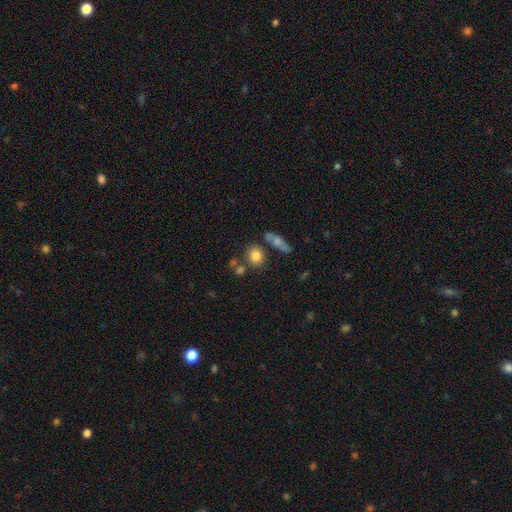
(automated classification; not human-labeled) This appears to be a smooth galaxy with no disk features (80%) that is round (68%). Merging: none (67%).